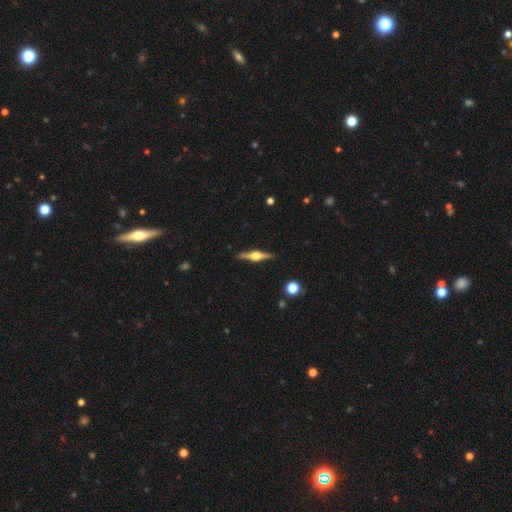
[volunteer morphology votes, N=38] A featured or disk galaxy (89%) viewed edge-on (100%) with a rounded central bulge (97%).

Vote fractions:
- Smooth or featured? featured or disk: 89% / smooth: 8% / star or artifact: 3%
- Edge-on disk? yes: 100% / no: 0%
- Edge-on bulge? rounded: 97% / boxy: 3% / none: 0%
- Merging? none: 86% / minor disturbance: 8% / merger: 5% / major disturbance: 0%